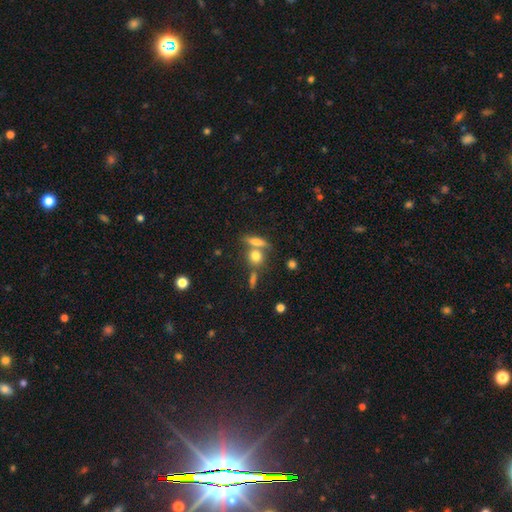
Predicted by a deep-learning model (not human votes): Smooth or featured? smooth (74%)
How rounded? round (63%)
Merging? none (55%)